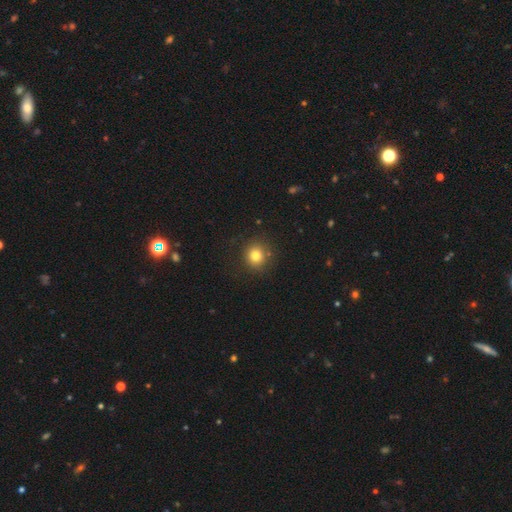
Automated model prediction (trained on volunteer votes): smooth-or-featured: smooth: 80% | star or artifact: 13% | featured or disk: 7%
  how-rounded: round: 88% | in between: 11% | cigar-shaped: 1%
  merging: none: 87% | minor disturbance: 9% | major disturbance: 3% | merger: 2%